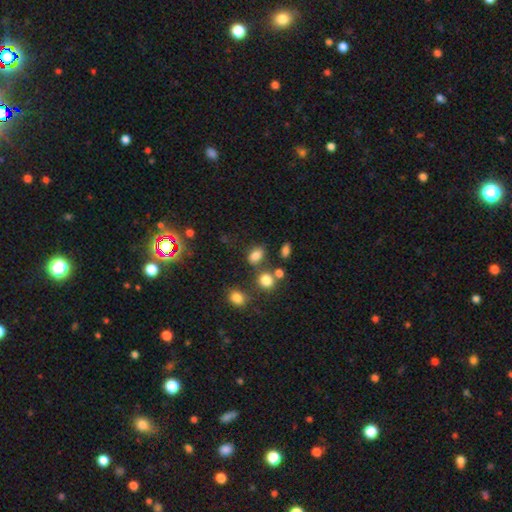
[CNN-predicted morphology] smooth-or-featured: smooth: 78% | star or artifact: 15% | featured or disk: 7%
  how-rounded: in between: 73% | round: 25% | cigar-shaped: 2%
  merging: none: 63% | minor disturbance: 16% | merger: 15% | major disturbance: 7%